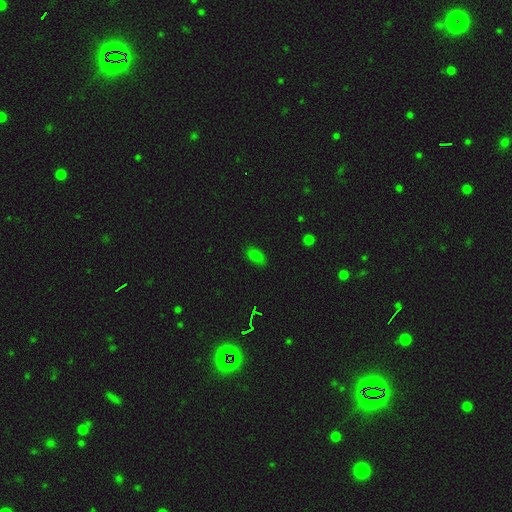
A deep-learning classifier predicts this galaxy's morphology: This appears to be a smooth galaxy with no disk features (75%) that is in between round and cigar-shaped (88%). Merging: none (80%).